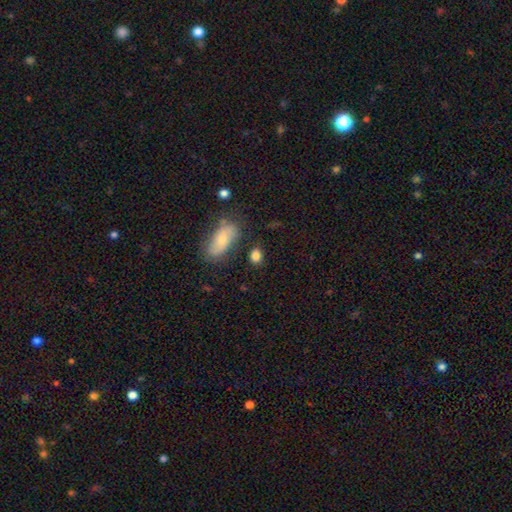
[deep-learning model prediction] Smooth or featured? Predicted: smooth (p=0.82). How rounded? Predicted: in between (p=0.65). Merging? Predicted: none (p=0.76).